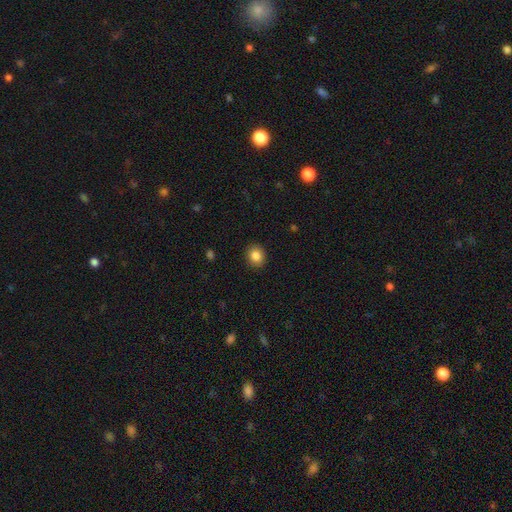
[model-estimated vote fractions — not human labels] A smooth galaxy with no disk features (85%) that is round (73%). Merging: none (90%).